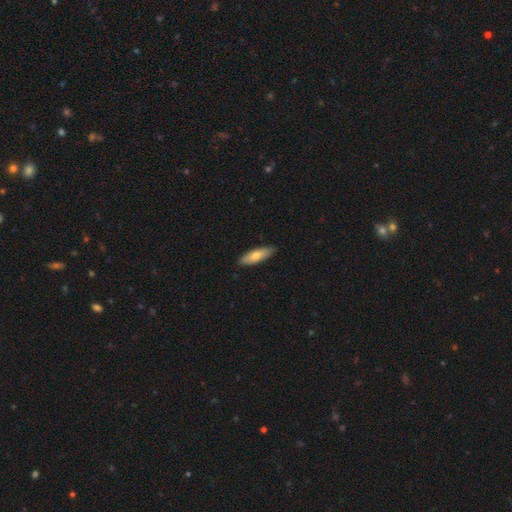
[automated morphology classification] Smooth or featured: smooth — 74% (featured or disk — 21%)
How rounded: in between — 51% (cigar-shaped — 47%)
Merging: none — 88% (minor disturbance — 9%)